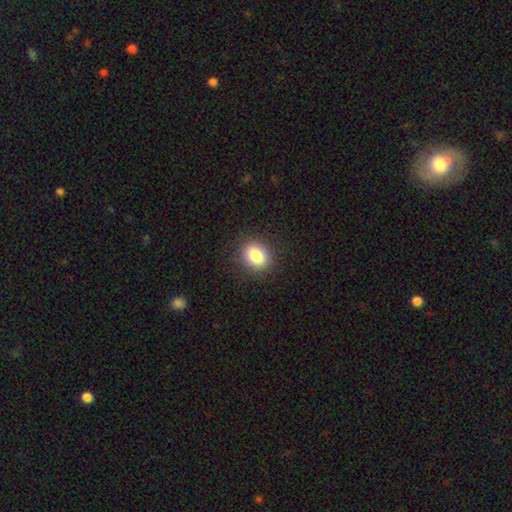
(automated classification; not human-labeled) The model was most divided on "how rounded": round: 55%, in between: 44%, cigar-shaped: 1%. More confident: merging — none (89%); smooth or featured — smooth (84%).